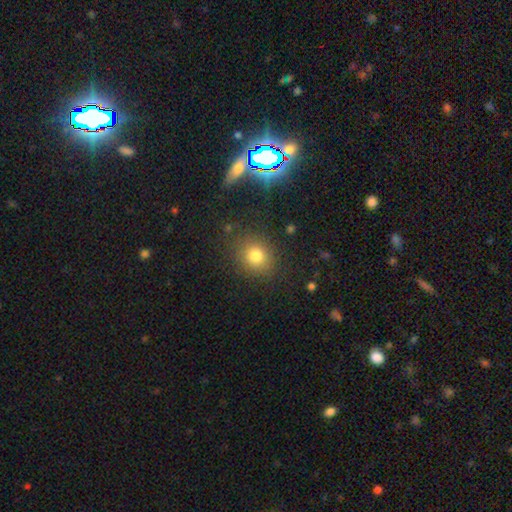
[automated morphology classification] Overall: smooth (77%). How rounded: round (79%). Merging: none (85%).